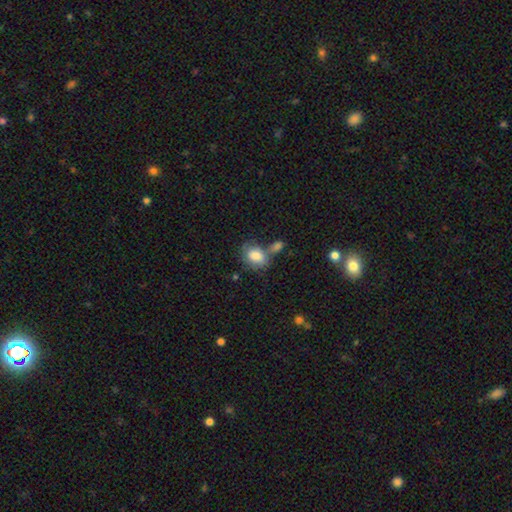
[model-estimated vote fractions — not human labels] Smooth or featured? Predicted: smooth (p=0.81). How rounded? Predicted: in between (p=0.77). Merging? Predicted: none (p=0.43).